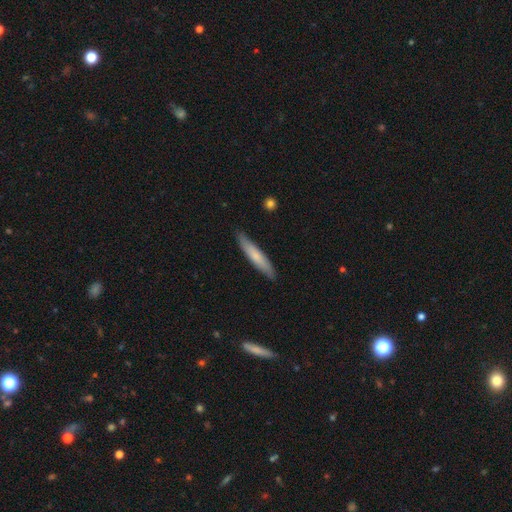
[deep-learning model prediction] A smooth galaxy with no disk features (68%) that is cigar-shaped (90%).

Vote fractions:
- Smooth or featured? smooth: 68% / featured or disk: 27% / star or artifact: 5%
- How rounded? cigar-shaped: 90% / in between: 9% / round: 1%
- Merging? none: 87% / minor disturbance: 10% / major disturbance: 2% / merger: 1%